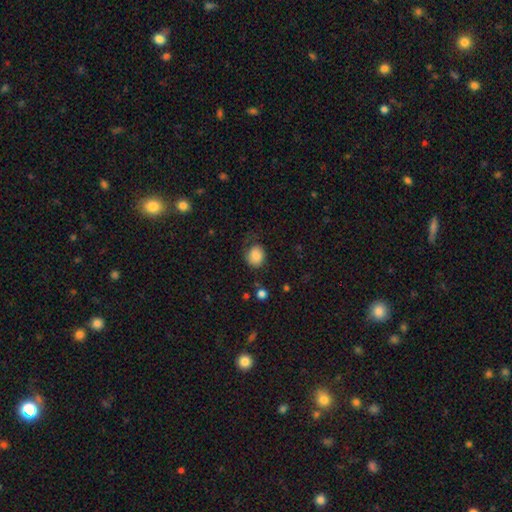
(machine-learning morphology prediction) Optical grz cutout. It shows a smooth galaxy with no disk features (82%) that is round (63%). Merging: none (54%).